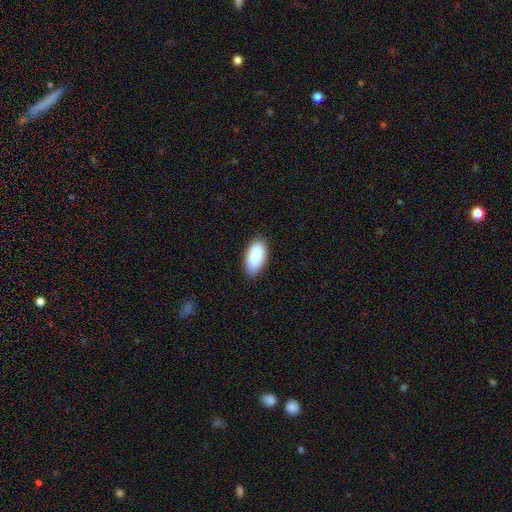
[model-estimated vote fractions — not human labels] Smooth or featured: smooth — 90% (star or artifact — 6%)
How rounded: in between — 95% (cigar-shaped — 3%)
Merging: none — 86% (minor disturbance — 11%)